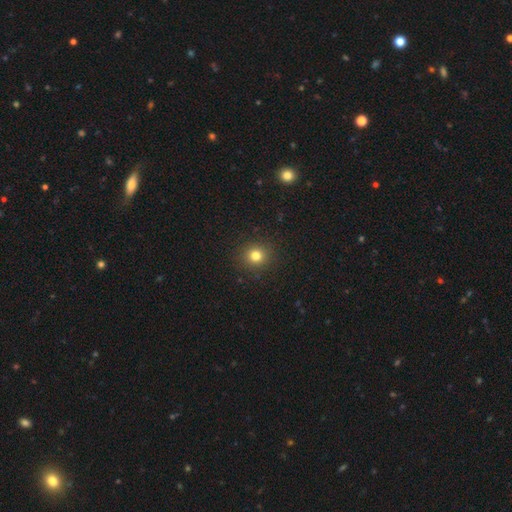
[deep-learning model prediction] A smooth galaxy with no disk features (79%) that is round (90%). Merging: none (91%).